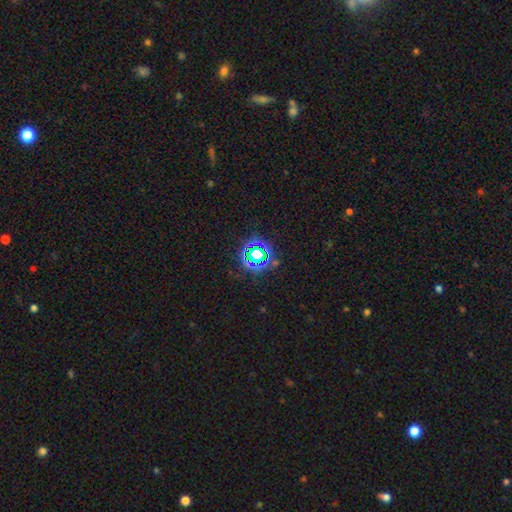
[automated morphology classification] A star or artifact, not a galaxy (69%).

Vote fractions:
- Smooth or featured? star or artifact: 69% / smooth: 20% / featured or disk: 11%